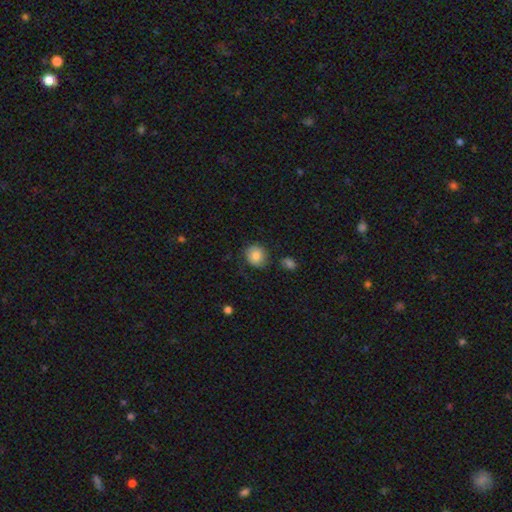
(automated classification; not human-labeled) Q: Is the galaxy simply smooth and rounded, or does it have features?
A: smooth — 83%.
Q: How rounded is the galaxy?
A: round — 80%.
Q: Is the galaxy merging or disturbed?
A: none — 77%.